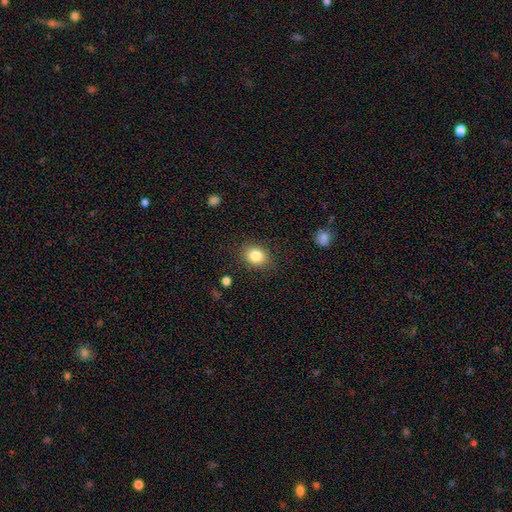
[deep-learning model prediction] Morphology: type=smooth (84%); roundness=round (58%); merging=none (85%).